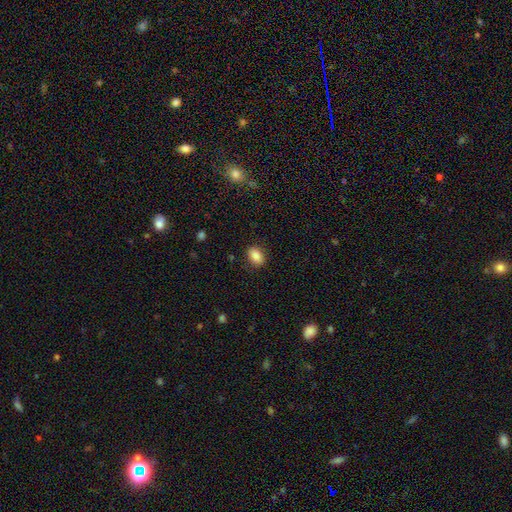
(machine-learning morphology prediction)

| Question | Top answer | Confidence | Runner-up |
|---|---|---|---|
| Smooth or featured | smooth | 86% | star or artifact (8%) |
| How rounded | in between | 80% | round (18%) |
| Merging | none | 87% | minor disturbance (10%) |